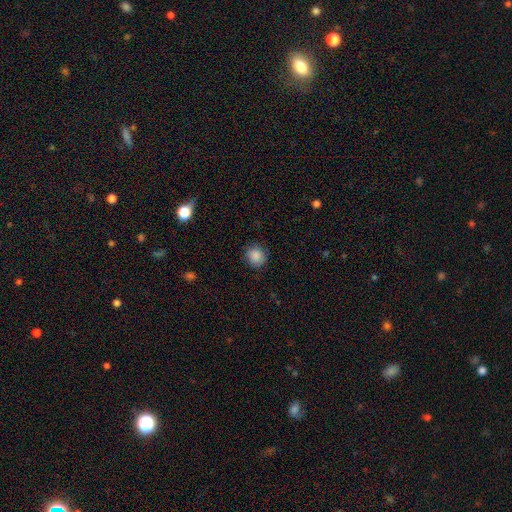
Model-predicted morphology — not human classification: A smooth galaxy with no disk features (88%) that is round (85%).

Vote fractions:
- Smooth or featured? smooth: 88% / star or artifact: 9% / featured or disk: 3%
- How rounded? round: 85% / in between: 14% / cigar-shaped: 1%
- Merging? none: 86% / minor disturbance: 10% / major disturbance: 3% / merger: 1%